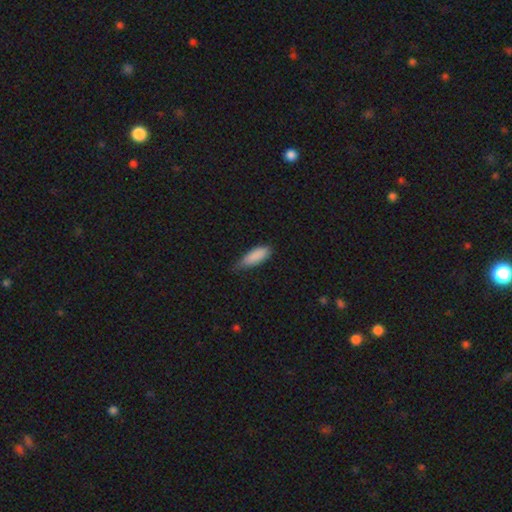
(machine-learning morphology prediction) Smooth or featured: smooth — 88% (star or artifact — 6%)
How rounded: in between — 70% (cigar-shaped — 28%)
Merging: none — 45% (tied with minor disturbance — 45%)